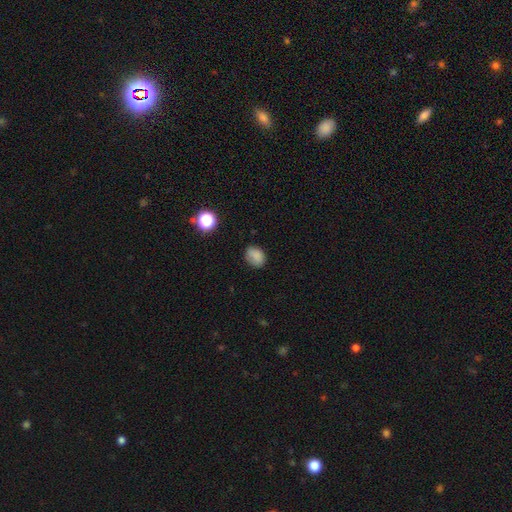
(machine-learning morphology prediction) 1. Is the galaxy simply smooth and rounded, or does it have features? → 82% smooth, 12% star or artifact, 6% featured or disk.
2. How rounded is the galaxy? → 57% in between, 42% round, 1% cigar-shaped.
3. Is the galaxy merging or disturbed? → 73% none, 20% minor disturbance, 5% major disturbance, 2% merger.